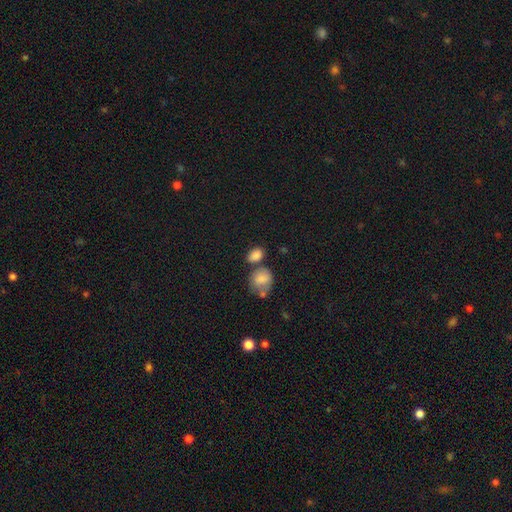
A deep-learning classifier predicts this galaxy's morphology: A smooth galaxy with no disk features (84%) that is in between round and cigar-shaped (67%). Merging: none (53%).